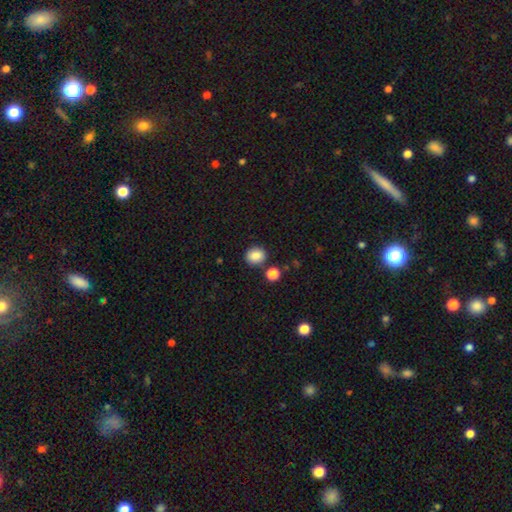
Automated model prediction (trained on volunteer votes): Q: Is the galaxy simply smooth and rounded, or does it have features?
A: smooth — 86%.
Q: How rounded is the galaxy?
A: round — 71%.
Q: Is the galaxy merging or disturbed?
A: none — 80%.